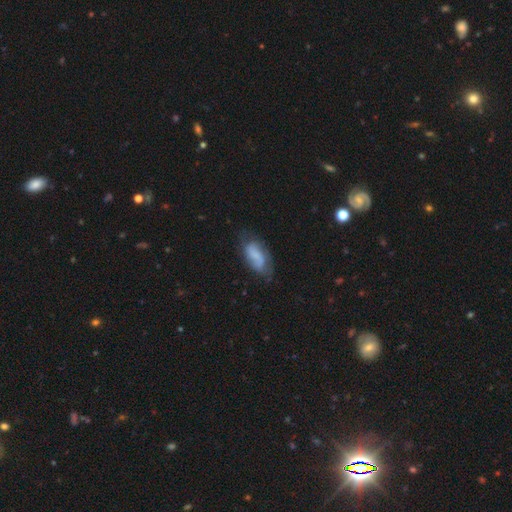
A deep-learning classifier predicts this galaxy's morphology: A smooth galaxy with no disk features (50%).

Vote fractions:
- Smooth or featured? smooth: 50% / featured or disk: 42% / star or artifact: 8%
- Merging? none: 55% / minor disturbance: 29% / major disturbance: 14% / merger: 3%